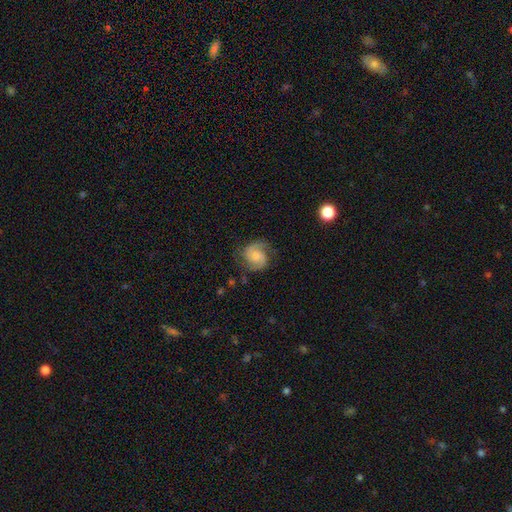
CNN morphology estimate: This is likely a featured or disk galaxy (67%). It is clearly not viewed edge-on (98%). Bar: likely no (60%). Spiral arm pattern: clearly yes (94%). Spiral arm count: clearly 2 (83%). Spiral winding: possibly medium (48%). Central bulge: marginally small (37%). Merging: likely none (69%).